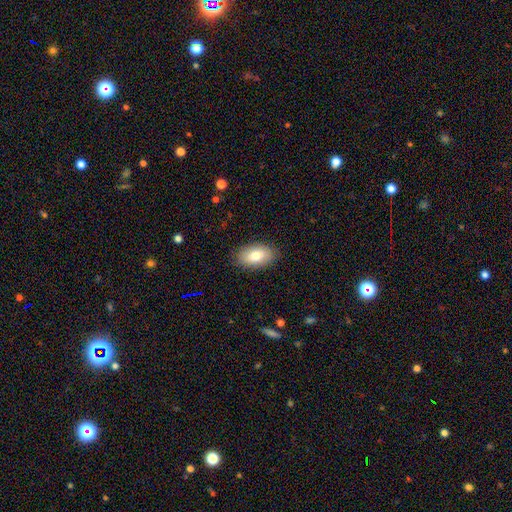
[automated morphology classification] This appears to be a smooth galaxy with no disk features (79%) that is in between round and cigar-shaped (93%). Merging: none (87%).